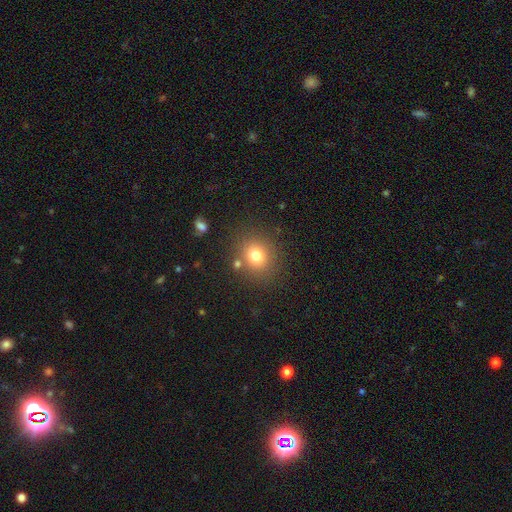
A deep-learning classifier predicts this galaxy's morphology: The model was most divided on "how rounded": round: 79%, in between: 21%, cigar-shaped: 1%. More confident: merging — none (81%); smooth or featured — smooth (77%).